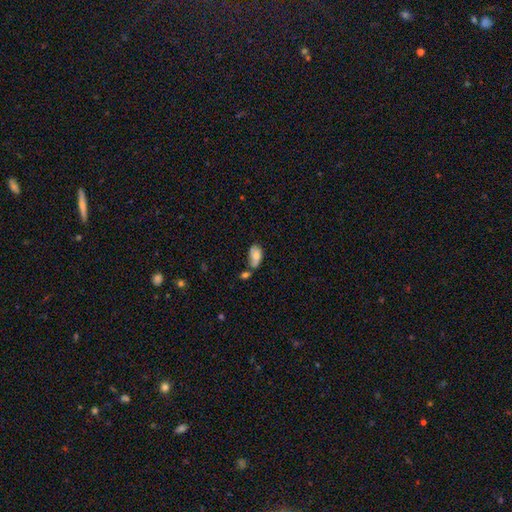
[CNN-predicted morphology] type=smooth (71%); roundness=in between (92%); merging=none (32%).